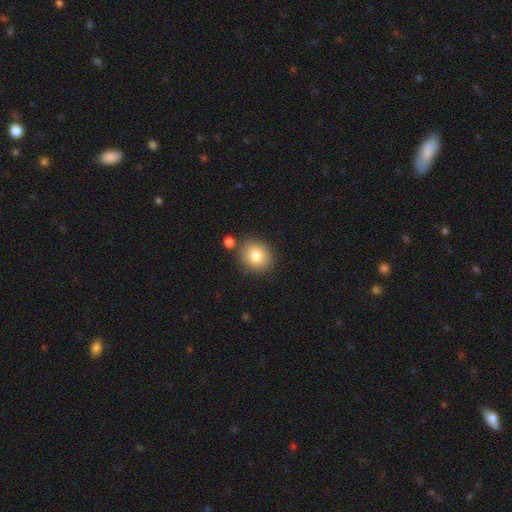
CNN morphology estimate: The model was most divided on "how rounded": round: 84%, in between: 15%, cigar-shaped: 1%. More confident: merging — none (81%); smooth or featured — smooth (80%).